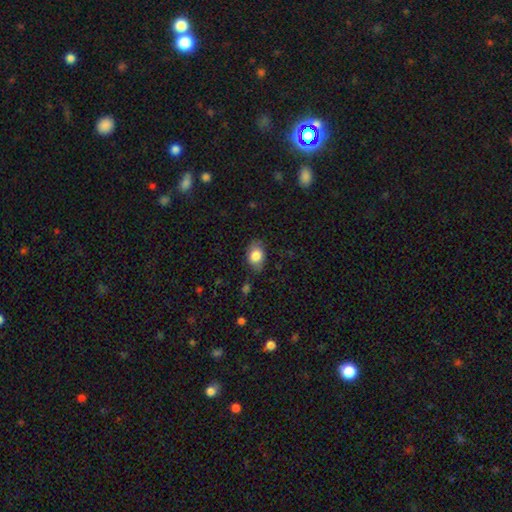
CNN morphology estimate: Smooth or featured? Predicted: smooth (p=0.82). How rounded? Predicted: in between (p=0.81). Merging? Predicted: none (p=0.76).